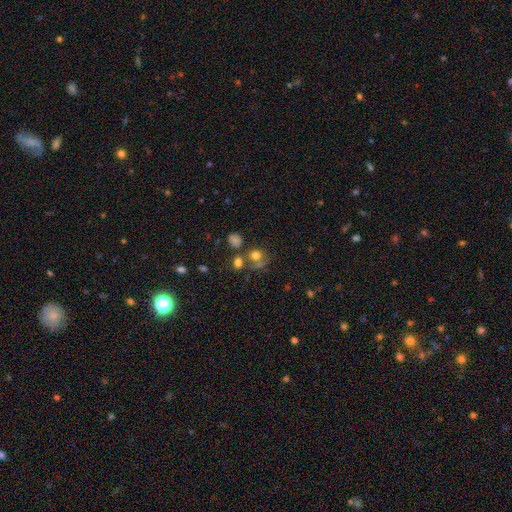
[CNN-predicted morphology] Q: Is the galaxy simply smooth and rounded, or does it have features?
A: smooth — 70%.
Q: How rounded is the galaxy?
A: round — 81%.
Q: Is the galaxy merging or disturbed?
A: none — 53%.